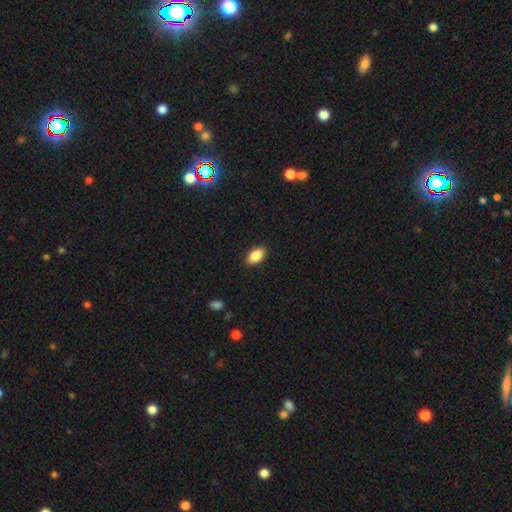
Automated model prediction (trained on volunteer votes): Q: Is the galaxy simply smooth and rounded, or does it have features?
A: smooth — 87%.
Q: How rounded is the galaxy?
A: in between — 93%.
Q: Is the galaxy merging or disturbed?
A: none — 89%.